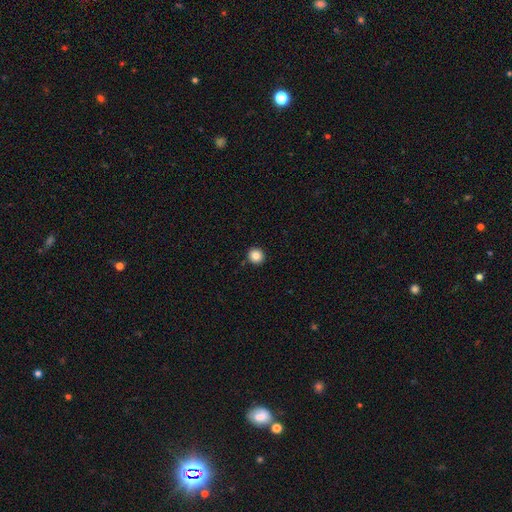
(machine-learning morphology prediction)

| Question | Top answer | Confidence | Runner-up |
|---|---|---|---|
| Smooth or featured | smooth | 85% | star or artifact (10%) |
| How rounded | round | 92% | in between (7%) |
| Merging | none | 91% | minor disturbance (5%) |